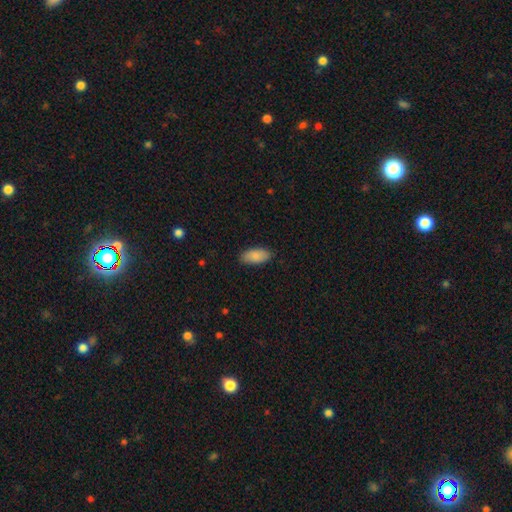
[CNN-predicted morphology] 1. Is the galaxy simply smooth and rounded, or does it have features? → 88% smooth, 6% star or artifact, 6% featured or disk.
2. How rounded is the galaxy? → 91% in between, 7% cigar-shaped, 2% round.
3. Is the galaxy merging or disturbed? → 88% none, 9% minor disturbance, 2% major disturbance, 1% merger.